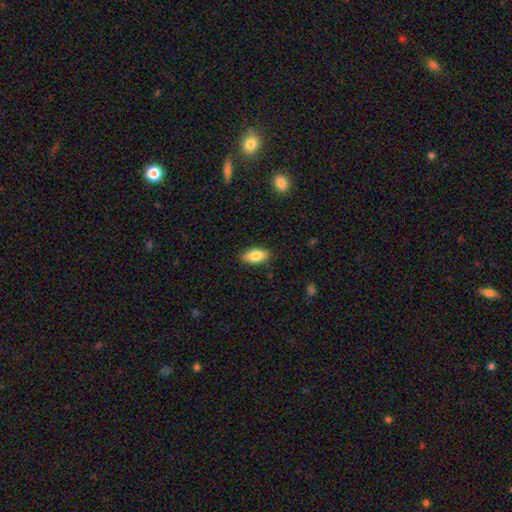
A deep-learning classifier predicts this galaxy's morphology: This appears to be a smooth galaxy with no disk features (84%) that is in between round and cigar-shaped (88%). Merging: none (86%).